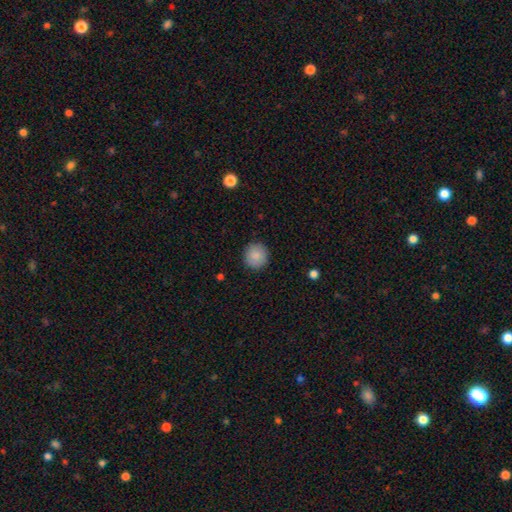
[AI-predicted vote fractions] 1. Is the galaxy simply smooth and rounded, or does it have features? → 88% smooth, 8% star or artifact, 4% featured or disk.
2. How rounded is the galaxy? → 92% round, 7% in between, 1% cigar-shaped.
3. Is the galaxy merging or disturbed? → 90% none, 7% minor disturbance, 2% major disturbance, 1% merger.